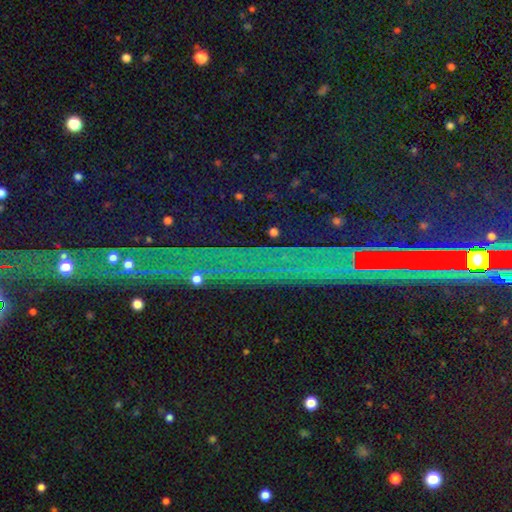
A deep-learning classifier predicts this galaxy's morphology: This appears to be a star or artifact, not a galaxy (82%).